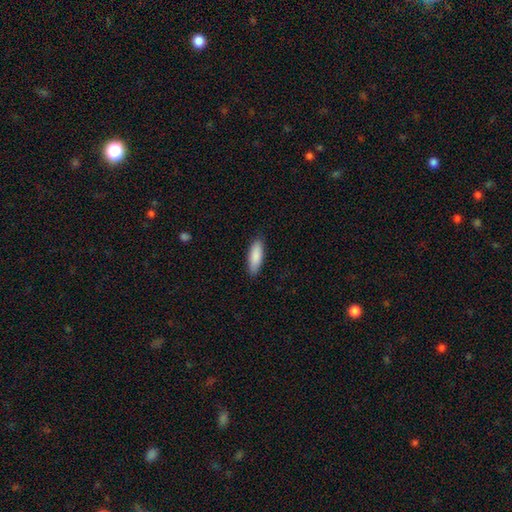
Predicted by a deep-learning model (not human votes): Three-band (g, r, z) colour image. It shows a smooth galaxy with no disk features (87%) that is in between round and cigar-shaped (57%). Merging: none (87%).